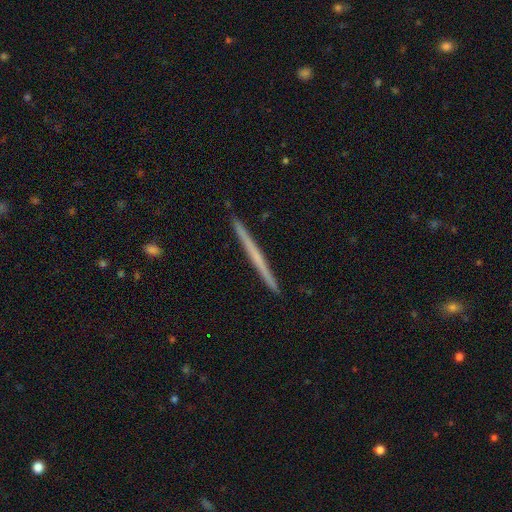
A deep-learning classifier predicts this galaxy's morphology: Smooth or featured: featured or disk — 57% (smooth — 37%)
Edge-on disk: yes — 98% (no — 2%)
Edge-on bulge: none — 86% (rounded — 11%)
Merging: none — 93% (minor disturbance — 5%)